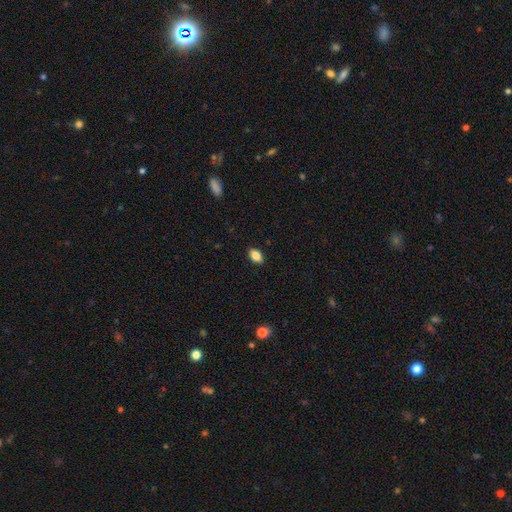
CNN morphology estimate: Smooth or featured?
  - smooth: 87% *
  - star or artifact: 8%
  - featured or disk: 5%
How rounded?
  - in between: 89% *
  - round: 9%
  - cigar-shaped: 2%
Merging?
  - none: 89% *
  - minor disturbance: 8%
  - major disturbance: 2%
  - merger: 1%